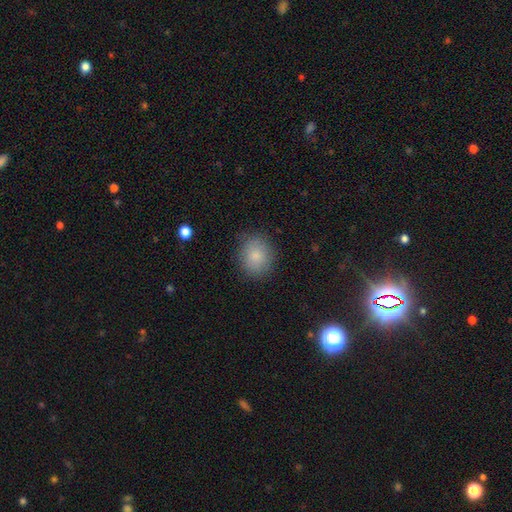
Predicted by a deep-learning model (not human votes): smooth 84%, star or artifact 9%, featured or disk 7%. Down the decision tree: how rounded — round (72%); merging — none (83%).